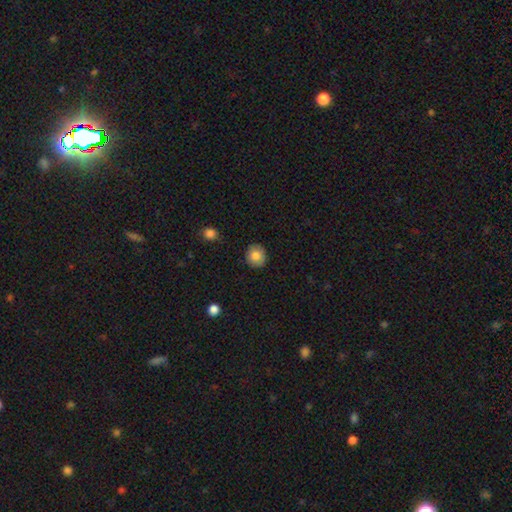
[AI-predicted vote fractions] smooth-or-featured: smooth: 82% | featured or disk: 9% | star or artifact: 9%
  how-rounded: round: 86% | in between: 13% | cigar-shaped: 1%
  merging: none: 88% | minor disturbance: 9% | major disturbance: 2% | merger: 1%